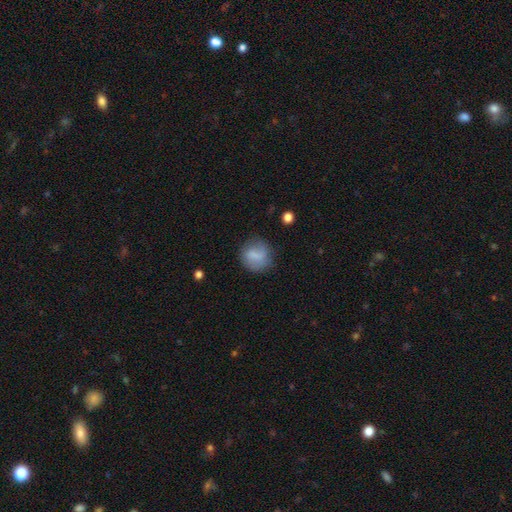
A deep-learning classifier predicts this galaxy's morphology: Smooth or featured? smooth (71%)
How rounded? round (80%)
Merging? none (65%)